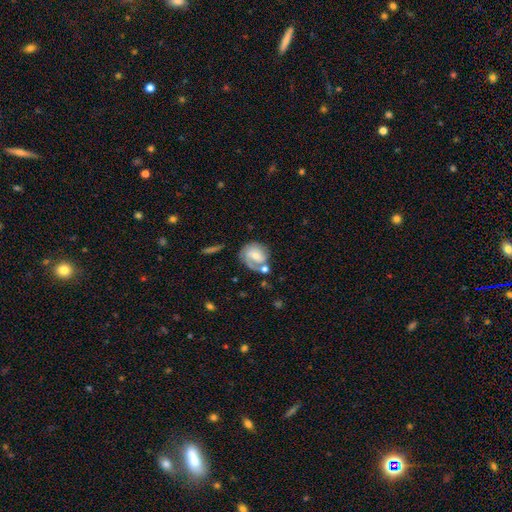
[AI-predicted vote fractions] Overall: featured or disk (64%; smooth 30%). Edge-on disk: no (97%). Bar: no (47%; weak 41%). Spiral arms: yes (85%). Spiral arm count: 1 (41%; 2 38%). Spiral winding: tight (48%; medium 35%). Bulge size: moderate (48%; small 45%). Merging: none (50%; minor disturbance 20%).